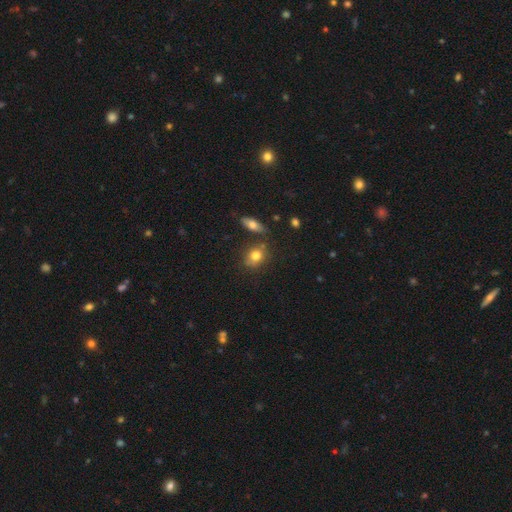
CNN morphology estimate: Smooth or featured: smooth — 78% (featured or disk — 13%)
How rounded: in between — 55% (round — 43%)
Merging: none — 65% (minor disturbance — 17%)